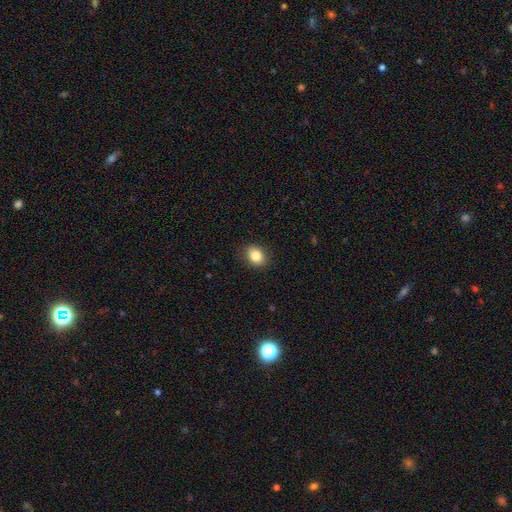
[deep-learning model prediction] This appears to be a smooth galaxy with no disk features (84%) that is in between round and cigar-shaped (58%). Merging: none (87%).